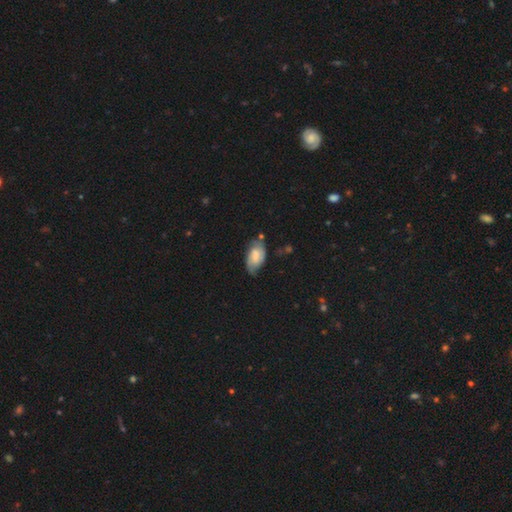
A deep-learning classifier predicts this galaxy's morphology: smooth_or_featured: smooth (p=0.48) [alt: featured or disk p=0.45]
merging: none (p=0.59) [alt: minor disturbance p=0.29]